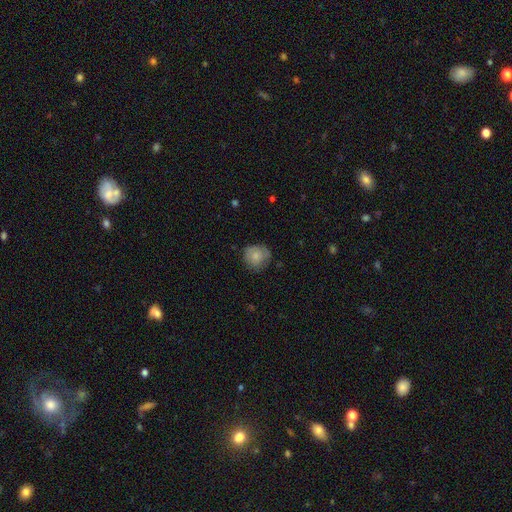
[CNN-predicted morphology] smooth 76%, featured or disk 16%, star or artifact 8%. Down the decision tree: how rounded — round (84%); merging — none (68%).